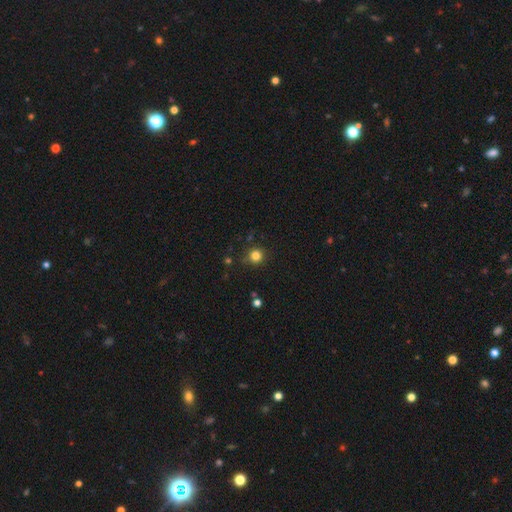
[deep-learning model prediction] A smooth galaxy with no disk features (82%) that is round (94%).

Vote fractions:
- Smooth or featured? smooth: 82% / star or artifact: 14% / featured or disk: 5%
- How rounded? round: 94% / in between: 5% / cigar-shaped: 1%
- Merging? none: 88% / minor disturbance: 8% / merger: 2% / major disturbance: 2%